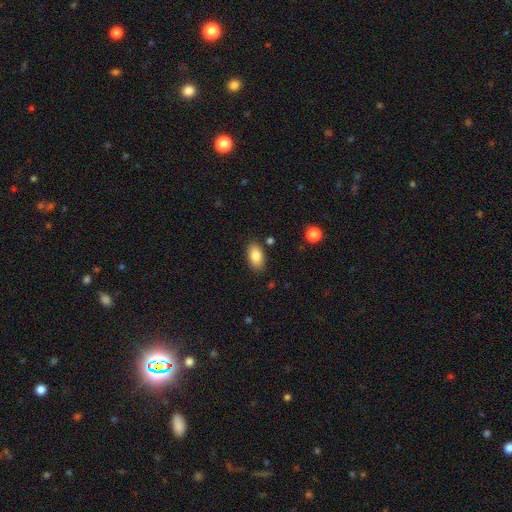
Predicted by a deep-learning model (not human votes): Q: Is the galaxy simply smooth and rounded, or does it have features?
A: smooth — 85%.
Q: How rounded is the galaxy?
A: in between — 93%.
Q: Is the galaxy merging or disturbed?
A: none — 84%.